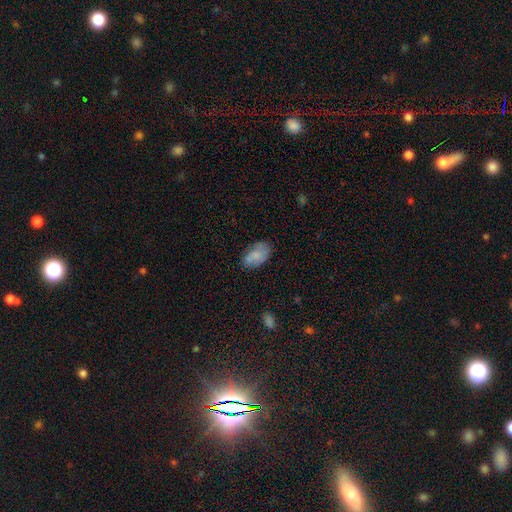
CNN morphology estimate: Smooth or featured? smooth (72%)
How rounded? in between (93%)
Merging? none (63%)